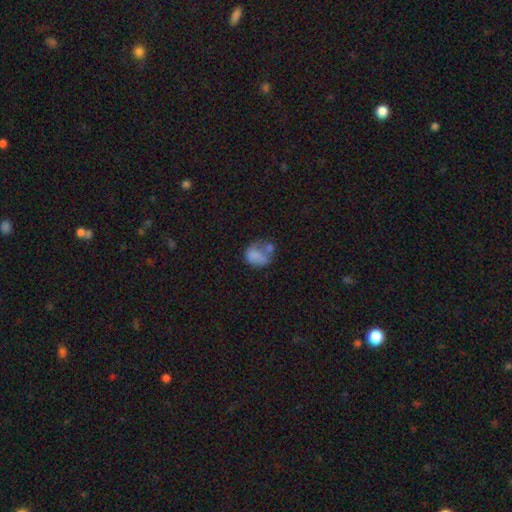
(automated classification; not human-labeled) A smooth galaxy with no disk features (67%) that is in between round and cigar-shaped (57%). Merging: merger (31%).